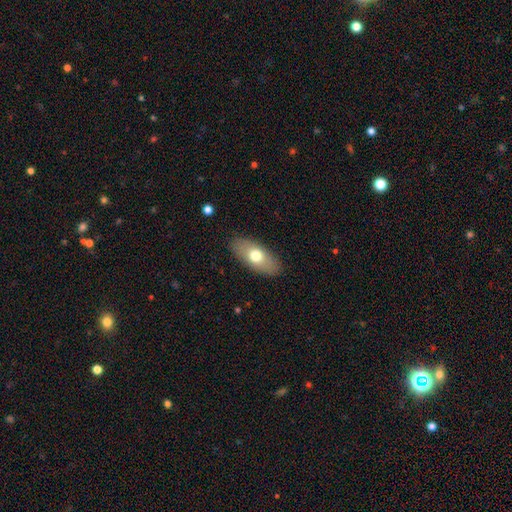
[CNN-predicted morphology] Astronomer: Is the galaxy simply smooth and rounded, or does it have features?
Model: smooth — 68%.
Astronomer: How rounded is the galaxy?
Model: in between — 87%.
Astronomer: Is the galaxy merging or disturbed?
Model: none — 87%.